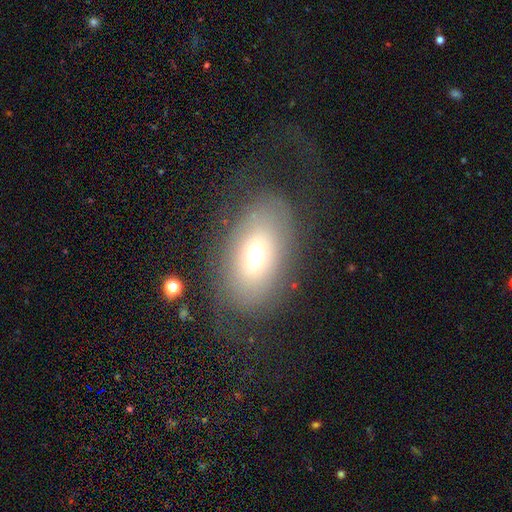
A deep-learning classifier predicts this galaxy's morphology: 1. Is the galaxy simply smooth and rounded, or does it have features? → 61% smooth, 25% featured or disk, 14% star or artifact.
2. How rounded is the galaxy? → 83% in between, 14% round, 2% cigar-shaped.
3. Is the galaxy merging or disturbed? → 69% none, 16% minor disturbance, 13% major disturbance, 2% merger.